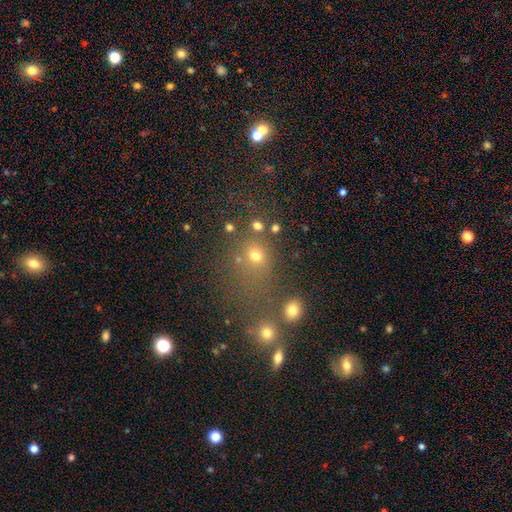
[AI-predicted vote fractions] Smooth or featured?
  - smooth: 67% *
  - star or artifact: 23%
  - featured or disk: 10%
How rounded?
  - round: 71% *
  - in between: 27%
  - cigar-shaped: 2%
Merging?
  - none: 58% *
  - merger: 21%
  - minor disturbance: 12%
  - major disturbance: 9%